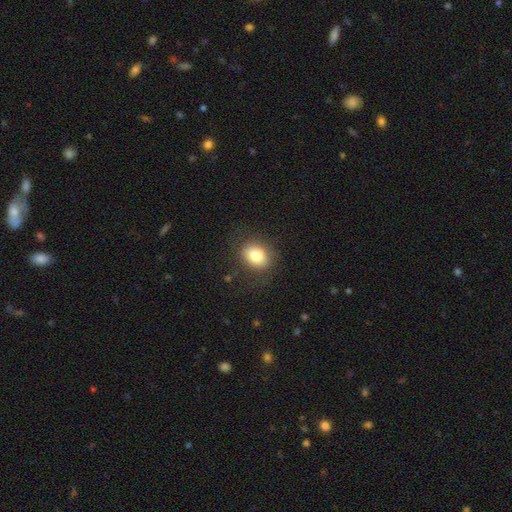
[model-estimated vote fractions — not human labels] A smooth galaxy with no disk features (83%) that is in between round and cigar-shaped (54%).

Vote fractions:
- Smooth or featured? smooth: 83% / star or artifact: 9% / featured or disk: 8%
- How rounded? in between: 54% / round: 45% / cigar-shaped: 1%
- Merging? none: 80% / minor disturbance: 13% / major disturbance: 6% / merger: 1%